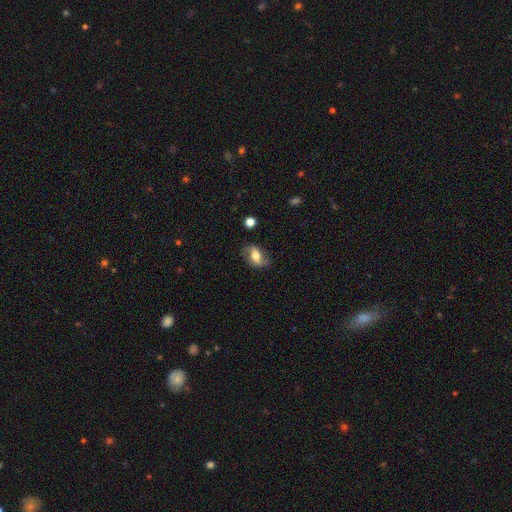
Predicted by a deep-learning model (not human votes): The model was most divided on "bar": strong: 36%, weak: 34%, no: 30%. More confident: edge-on disk — no (91%); spiral arms — yes (79%); merging — none (73%); bulge size — moderate (61%); smooth or featured — featured or disk (56%).